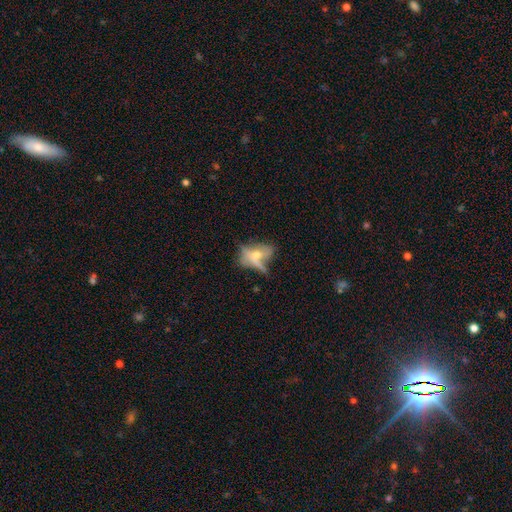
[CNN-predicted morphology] type=featured or disk (45%); merging=none (37%).